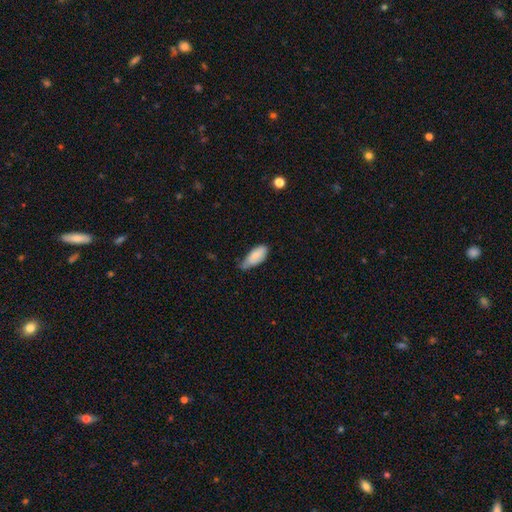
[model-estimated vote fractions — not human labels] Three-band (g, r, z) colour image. It shows a smooth galaxy with no disk features (82%) that is in between round and cigar-shaped (88%). Merging: minor disturbance (52%).